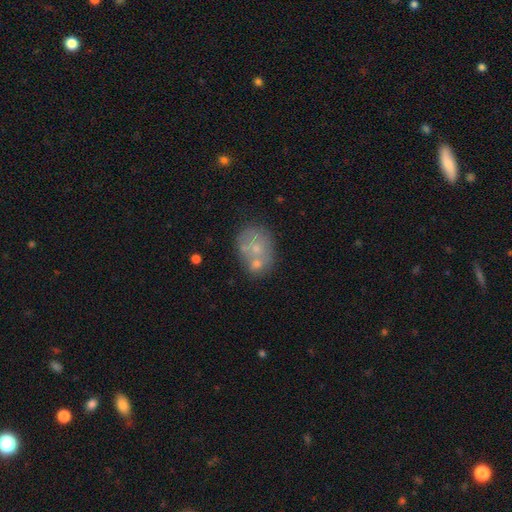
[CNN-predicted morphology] The model was most divided on "smooth or featured": smooth: 48%, featured or disk: 36%, star or artifact: 16%. Remaining: merging — none (49%).